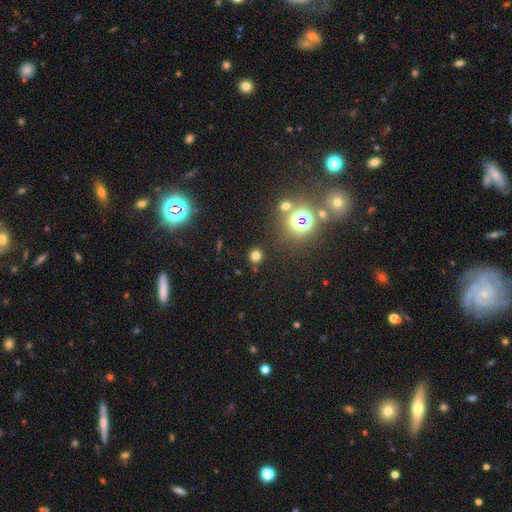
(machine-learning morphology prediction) Smooth or featured?
  - smooth: 70% *
  - star or artifact: 24%
  - featured or disk: 6%
How rounded?
  - round: 84% *
  - in between: 15%
  - cigar-shaped: 1%
Merging?
  - none: 85% *
  - minor disturbance: 8%
  - merger: 4%
  - major disturbance: 3%